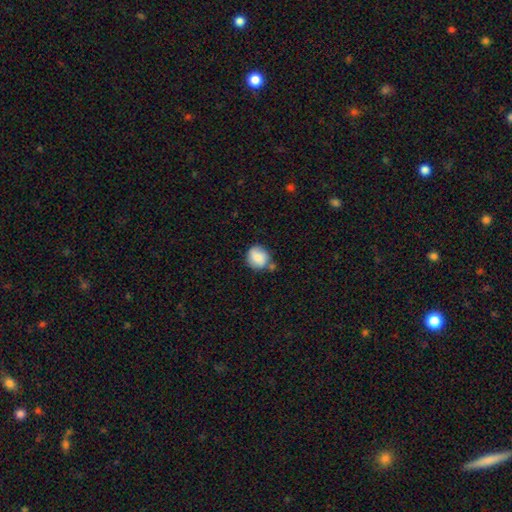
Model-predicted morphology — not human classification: Smooth or featured? smooth (84%)
How rounded? round (80%)
Merging? none (62%)